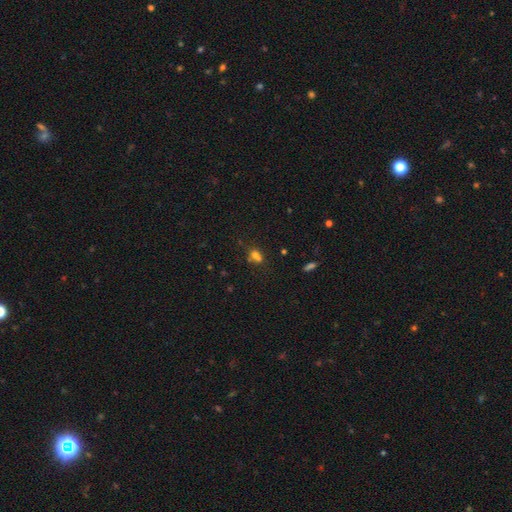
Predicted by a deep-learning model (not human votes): Smooth or featured: smooth — 60% (star or artifact — 27%)
How rounded: in between — 53% (round — 40%)
Merging: none — 50% (merger — 29%)